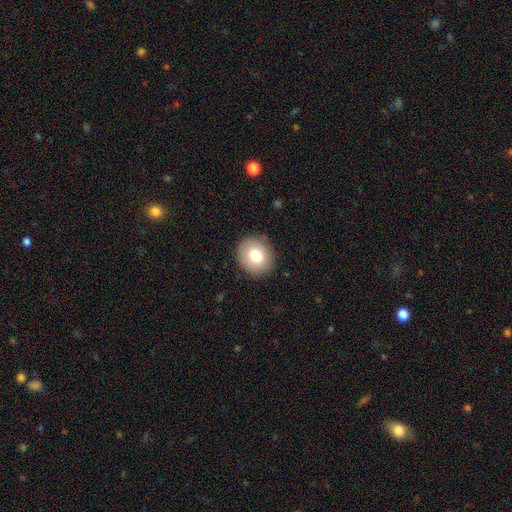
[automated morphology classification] A smooth galaxy with no disk features (77%) that is round (75%).

Vote fractions:
- Smooth or featured? smooth: 77% / featured or disk: 13% / star or artifact: 10%
- How rounded? round: 75% / in between: 24% / cigar-shaped: 1%
- Merging? none: 89% / minor disturbance: 7% / major disturbance: 2% / merger: 1%